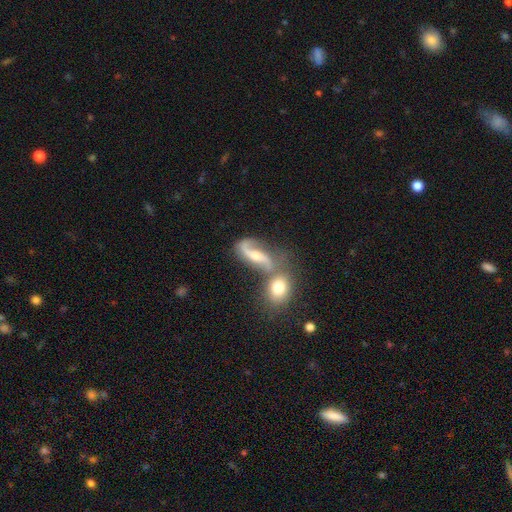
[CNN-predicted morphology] Smooth or featured: featured or disk — 80% (smooth — 13%)
Edge-on disk: no — 92% (yes — 8%)
Bar: weak — 39% (no — 34%)
Spiral arms: yes — 93% (no — 7%)
Spiral winding: loose — 64% (medium — 27%)
Spiral arm count: 2 — 88% (1 — 6%)
Bulge size: moderate — 49% (small — 40%)
Merging: none — 43% (merger — 34%)